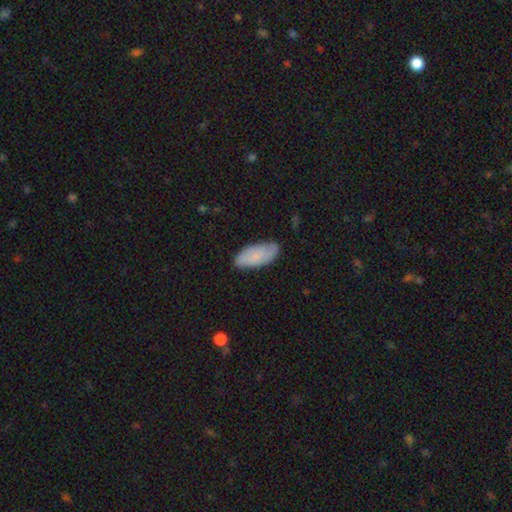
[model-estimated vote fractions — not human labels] A smooth galaxy with no disk features (76%) that is in between round and cigar-shaped (88%). Merging: none (77%).